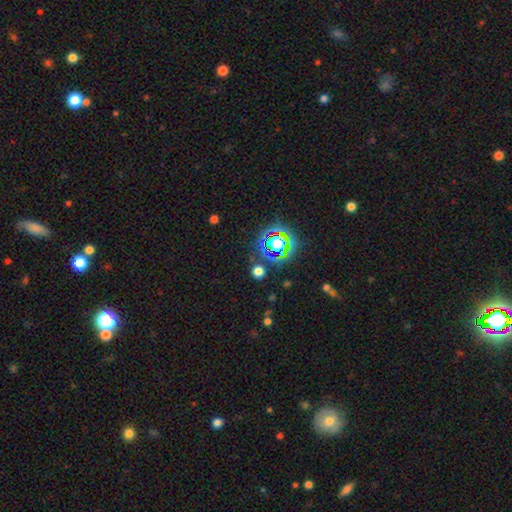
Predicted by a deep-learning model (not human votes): A star or artifact, not a galaxy (76%).